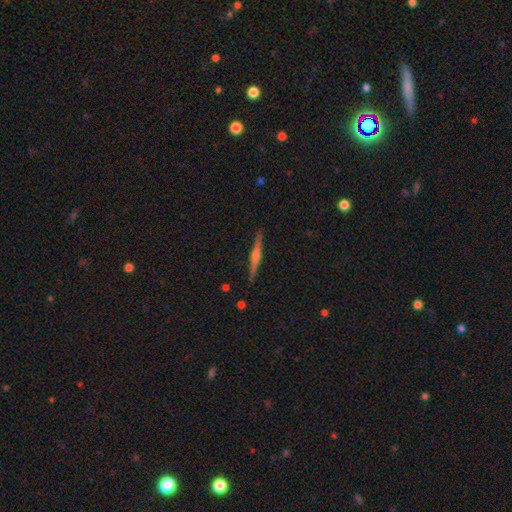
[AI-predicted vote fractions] A featured or disk galaxy (80%) viewed edge-on (98%) with a rounded central bulge (86%).

Vote fractions:
- Smooth or featured? featured or disk: 80% / smooth: 14% / star or artifact: 6%
- Edge-on disk? yes: 98% / no: 2%
- Edge-on bulge? rounded: 86% / boxy: 7% / none: 6%
- Merging? none: 92% / minor disturbance: 6% / major disturbance: 1% / merger: 1%